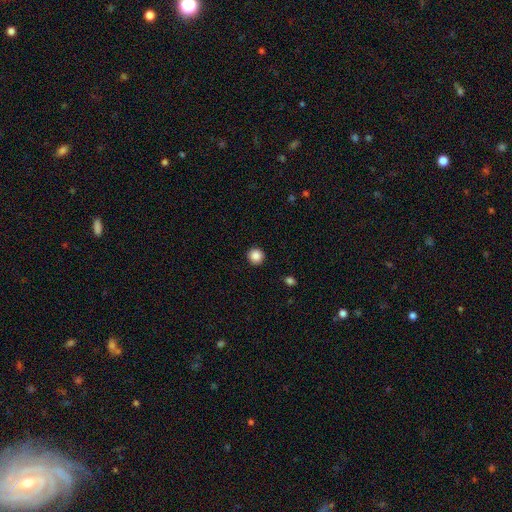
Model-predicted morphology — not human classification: This is clearly a smooth galaxy (88%). How rounded: clearly round (95%). Merging: clearly none (93%).